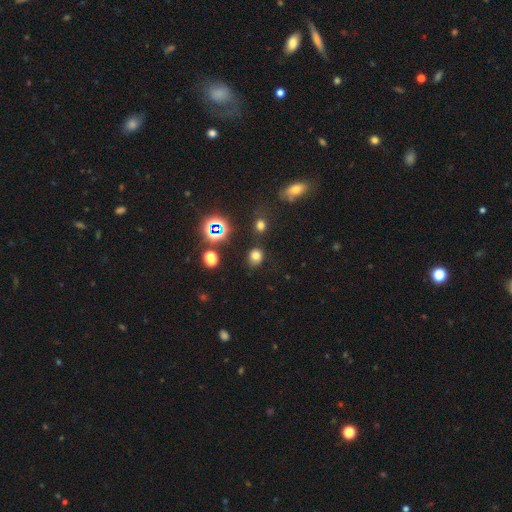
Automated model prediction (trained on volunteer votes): Overall: smooth (70%). How rounded: round (66%; in between 33%). Merging: none (77%).